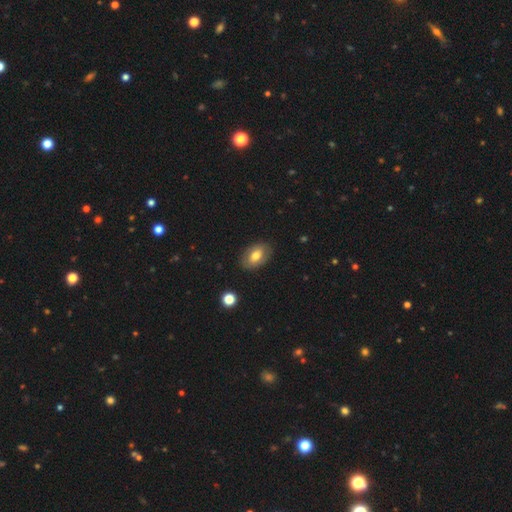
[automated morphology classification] Smooth or featured: smooth — 69% (featured or disk — 23%)
How rounded: in between — 88% (round — 11%)
Merging: none — 85% (minor disturbance — 11%)